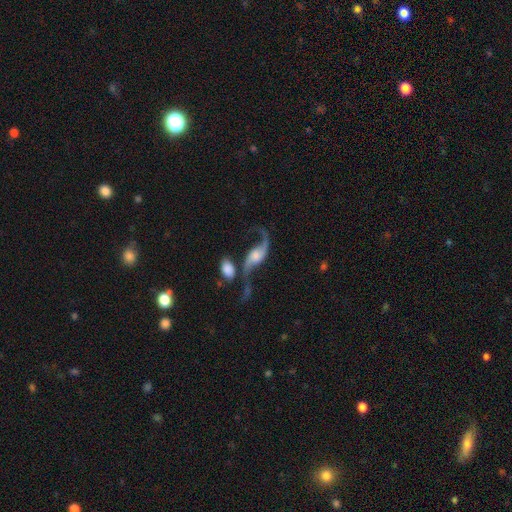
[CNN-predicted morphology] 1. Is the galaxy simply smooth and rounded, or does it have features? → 85% featured or disk, 8% smooth, 7% star or artifact.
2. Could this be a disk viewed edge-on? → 91% no, 9% yes.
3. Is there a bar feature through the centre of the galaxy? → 55% no, 32% weak, 13% strong.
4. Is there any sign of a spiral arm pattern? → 95% yes, 5% no.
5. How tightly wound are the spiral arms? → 88% loose, 10% medium, 3% tight.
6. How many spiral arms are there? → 90% 2, 6% 1, 2% can't tell, 1% 3, 1% 4, 1% more than 4.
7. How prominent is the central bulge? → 39% moderate, 25% small, 19% large, 11% none, 5% dominant.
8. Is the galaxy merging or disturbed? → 40% none, 32% merger, 15% major disturbance, 13% minor disturbance.